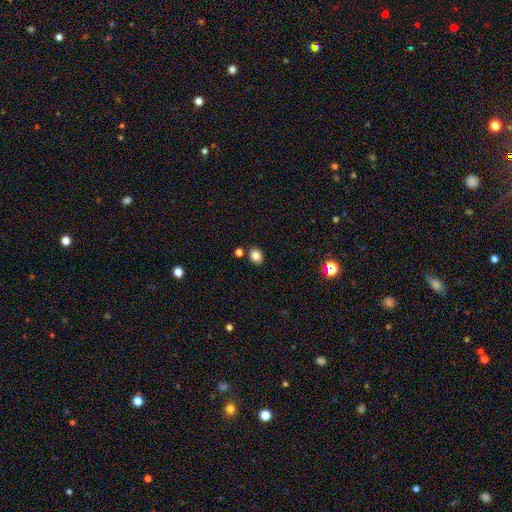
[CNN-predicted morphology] Smooth or featured? Predicted: smooth (p=0.82). How rounded? Predicted: round (p=0.54). Merging? Predicted: none (p=0.83).